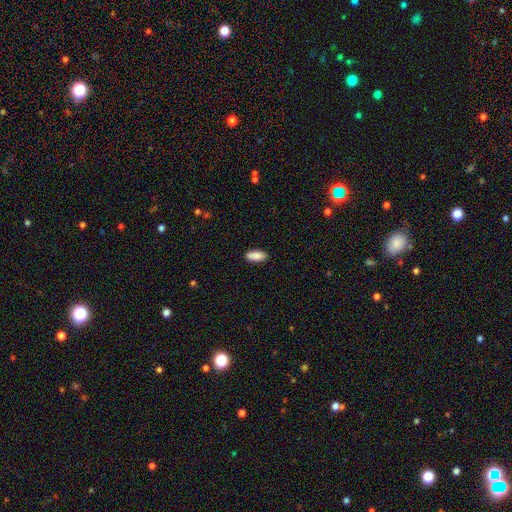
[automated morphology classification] Q: Smooth or featured?
A: smooth (88%); runner-up: featured or disk (6%)
Q: How rounded?
A: in between (82%); runner-up: cigar-shaped (16%)
Q: Merging?
A: none (89%); runner-up: minor disturbance (8%)